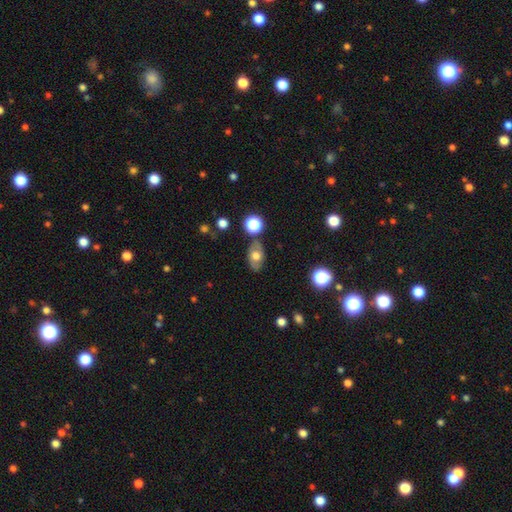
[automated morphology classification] Q: Smooth or featured?
A: smooth (52%); runner-up: featured or disk (38%)
Q: How rounded?
A: in between (82%); runner-up: round (15%)
Q: Merging?
A: none (76%); runner-up: minor disturbance (15%)